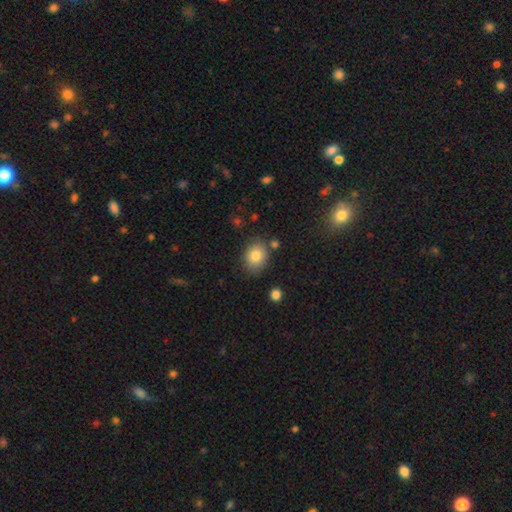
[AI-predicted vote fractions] This is clearly a smooth galaxy (82%). How rounded: possibly in between (54%). Merging: likely none (78%).